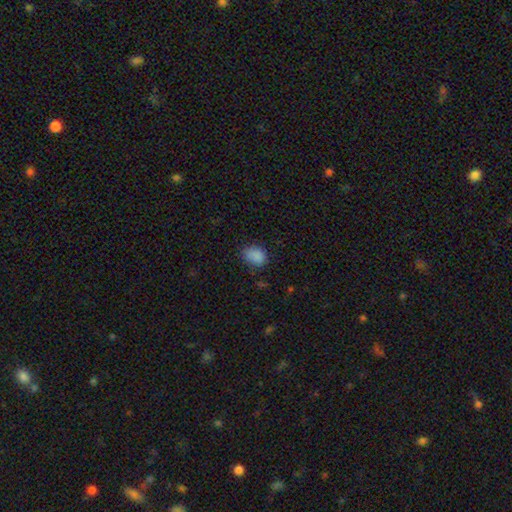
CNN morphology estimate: This appears to be a smooth galaxy with no disk features (86%) that is in between round and cigar-shaped (69%). Merging: none (74%).